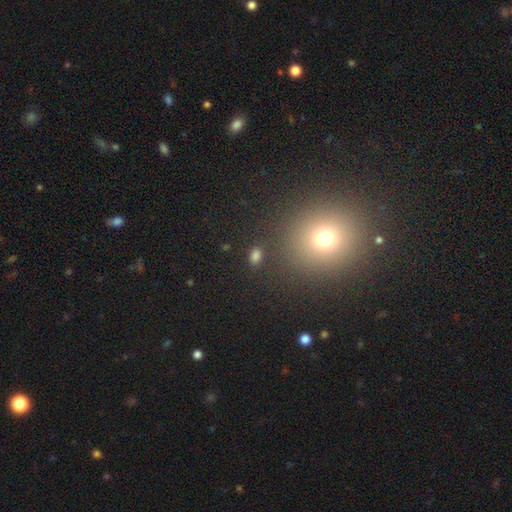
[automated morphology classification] smooth_or_featured: smooth (p=0.79) [alt: star or artifact p=0.16]
how_rounded: in between (p=0.79) [alt: round p=0.19]
merging: none (p=0.83) [alt: minor disturbance p=0.09]